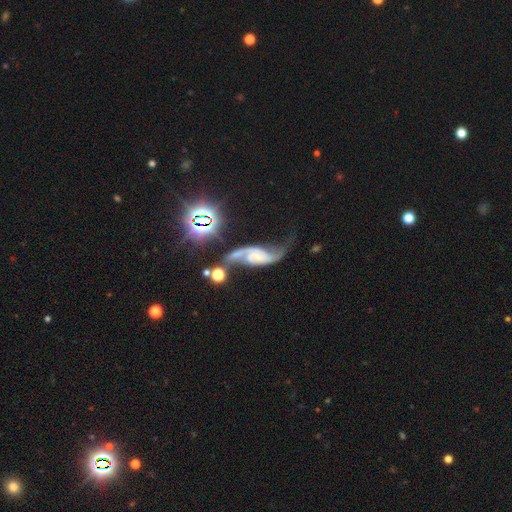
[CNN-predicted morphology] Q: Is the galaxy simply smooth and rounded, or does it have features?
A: featured or disk — 82%.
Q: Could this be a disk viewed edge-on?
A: no — 95%.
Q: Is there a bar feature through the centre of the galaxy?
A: no — 53%.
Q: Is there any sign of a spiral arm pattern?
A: yes — 95%.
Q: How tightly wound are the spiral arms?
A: loose — 68%.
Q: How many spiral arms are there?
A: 2 — 91%.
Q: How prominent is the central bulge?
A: small — 54%.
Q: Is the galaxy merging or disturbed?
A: none — 39%.